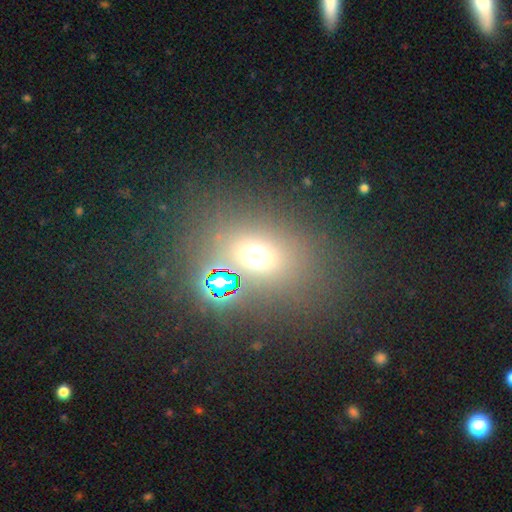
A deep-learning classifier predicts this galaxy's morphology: Smooth or featured?
  - smooth: 57% *
  - star or artifact: 31%
  - featured or disk: 12%
How rounded?
  - in between: 50% *
  - round: 48%
  - cigar-shaped: 2%
Merging?
  - none: 72% *
  - minor disturbance: 11%
  - merger: 8%
  - major disturbance: 8%